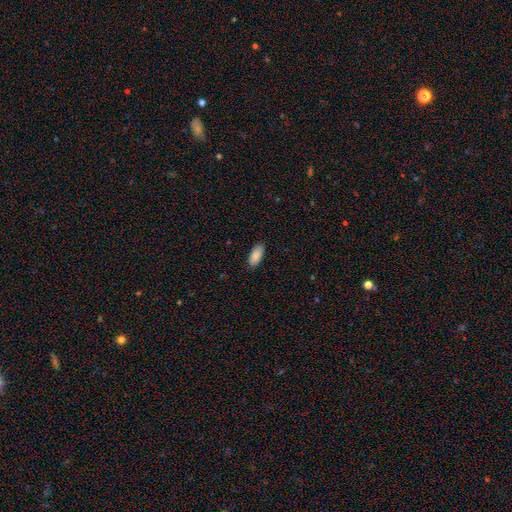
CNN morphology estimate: Smooth or featured: smooth — 89% (star or artifact — 6%)
How rounded: in between — 90% (cigar-shaped — 8%)
Merging: none — 86% (minor disturbance — 11%)